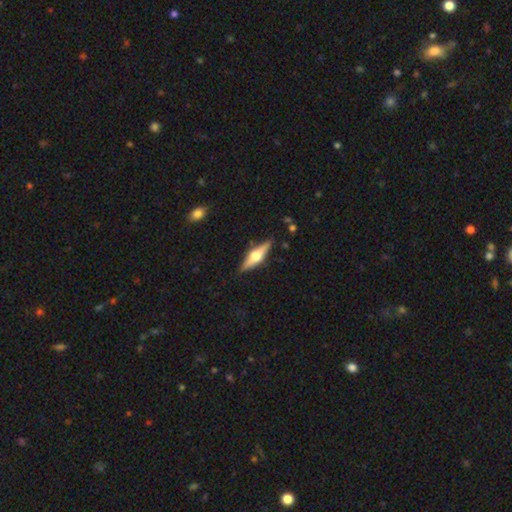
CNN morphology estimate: This is likely a featured or disk galaxy (70%). It is clearly viewed edge-on (96%). Edge-on bulge: clearly rounded (94%). Merging: clearly none (87%).